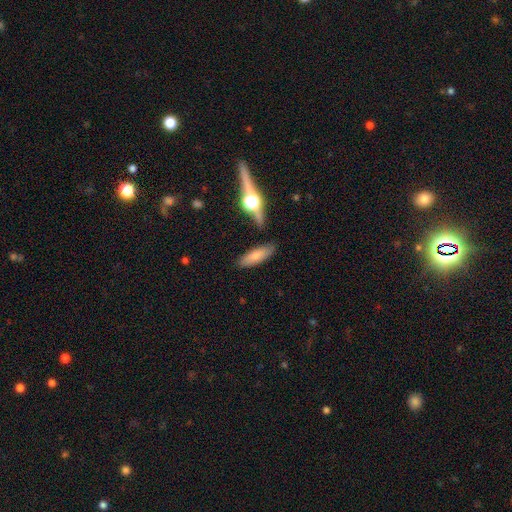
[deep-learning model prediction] smooth_or_featured: smooth (p=0.74) [alt: featured or disk p=0.17]
how_rounded: in between (p=0.58) [alt: cigar-shaped p=0.40]
merging: none (p=0.80) [alt: minor disturbance p=0.13]